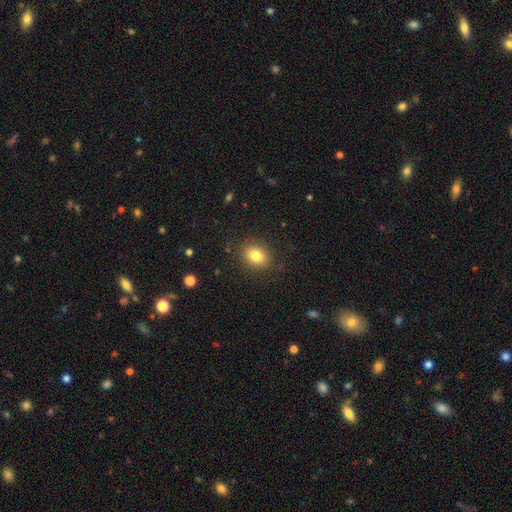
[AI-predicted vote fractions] Smooth or featured? Predicted: smooth (p=0.83). How rounded? Predicted: in between (p=0.59). Merging? Predicted: none (p=0.86).